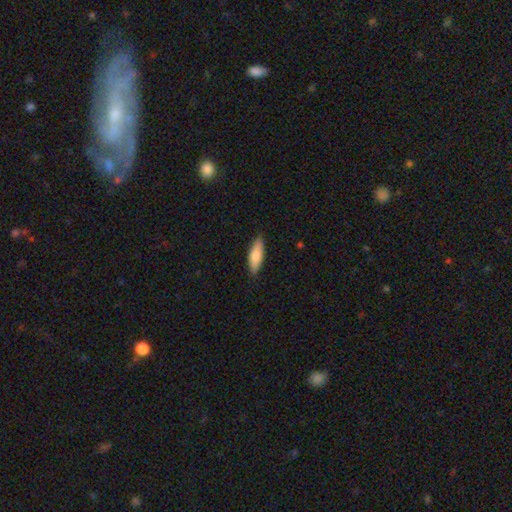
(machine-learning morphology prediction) The model was most divided on "how rounded": in between: 54%, cigar-shaped: 45%, round: 2%. More confident: merging — none (85%); smooth or featured — smooth (82%).